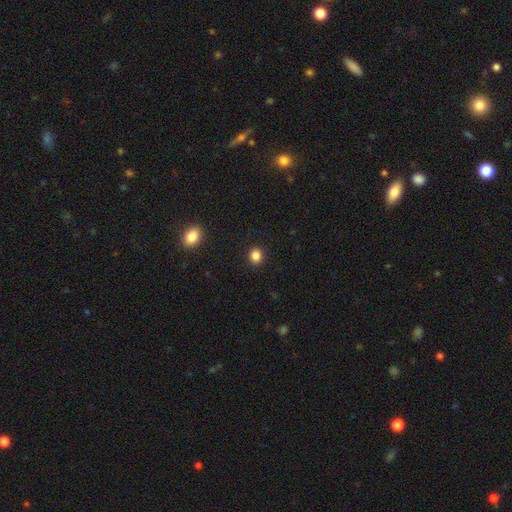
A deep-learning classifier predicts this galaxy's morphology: smooth-or-featured: smooth: 85% | star or artifact: 11% | featured or disk: 4%
  how-rounded: round: 79% | in between: 20% | cigar-shaped: 1%
  merging: none: 92% | minor disturbance: 5% | major disturbance: 2% | merger: 1%